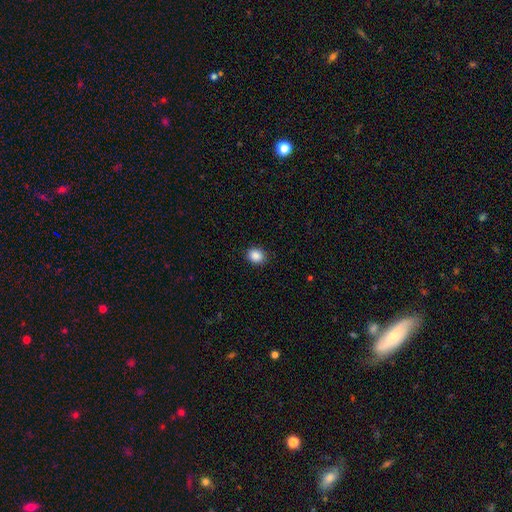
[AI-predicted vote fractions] Q: Smooth or featured?
A: smooth (88%); runner-up: star or artifact (9%)
Q: How rounded?
A: round (66%); runner-up: in between (33%)
Q: Merging?
A: none (89%); runner-up: minor disturbance (8%)